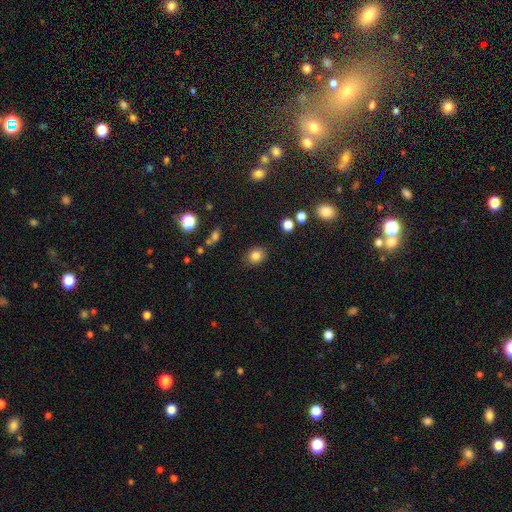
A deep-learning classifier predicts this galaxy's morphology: This appears to be a smooth galaxy with no disk features (83%) that is round (64%). Merging: none (86%).